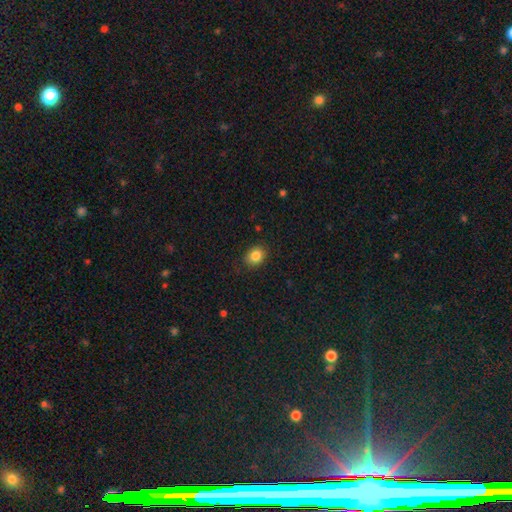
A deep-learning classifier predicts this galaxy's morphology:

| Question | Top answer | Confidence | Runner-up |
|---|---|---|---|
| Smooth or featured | smooth | 85% | star or artifact (10%) |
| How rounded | in between | 50% | round (49%) |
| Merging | none | 85% | minor disturbance (11%) |